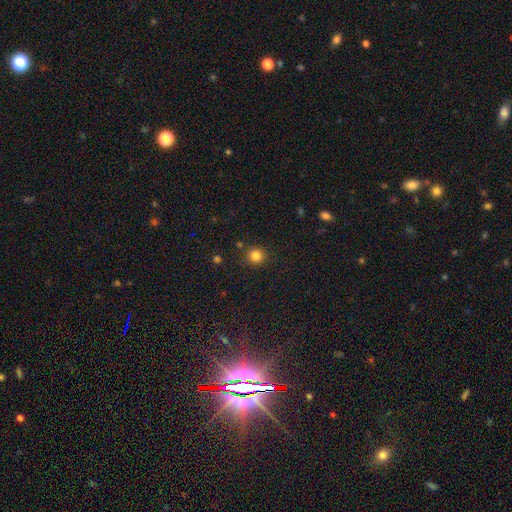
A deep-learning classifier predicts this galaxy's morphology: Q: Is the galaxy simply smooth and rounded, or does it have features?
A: smooth — 83%.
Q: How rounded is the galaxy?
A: round — 91%.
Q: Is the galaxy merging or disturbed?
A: none — 87%.